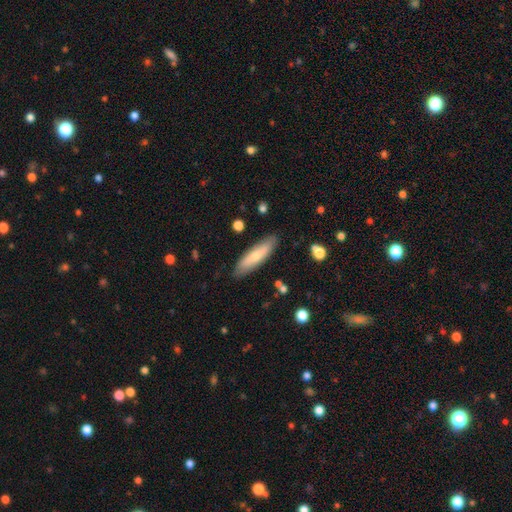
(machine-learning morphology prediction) smooth-or-featured: smooth: 67% | featured or disk: 28% | star or artifact: 6%
  how-rounded: cigar-shaped: 69% | in between: 30% | round: 2%
  merging: none: 85% | minor disturbance: 11% | major disturbance: 2% | merger: 2%